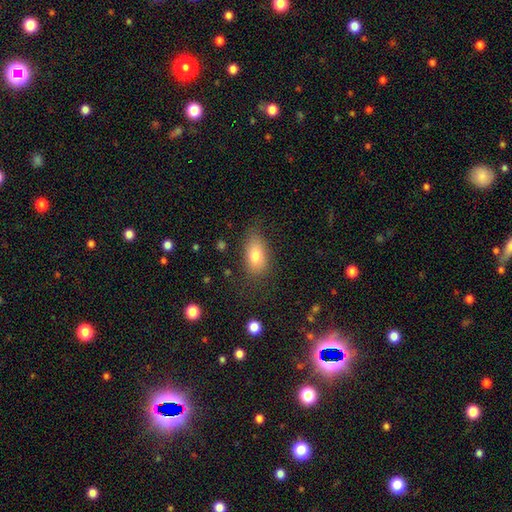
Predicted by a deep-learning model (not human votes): smooth_or_featured: smooth (p=0.77) [alt: featured or disk p=0.14]
how_rounded: in between (p=0.87) [alt: round p=0.09]
merging: none (p=0.70) [alt: minor disturbance p=0.21]